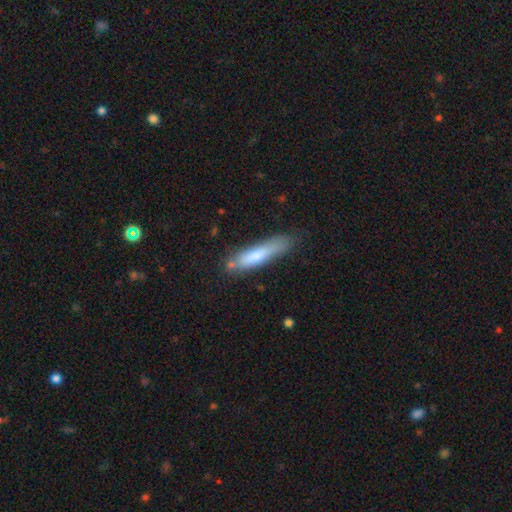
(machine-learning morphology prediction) The model was most divided on "merging": none: 65%, minor disturbance: 22%, major disturbance: 6%, merger: 6%. More confident: how rounded — cigar-shaped (82%); smooth or featured — smooth (74%).